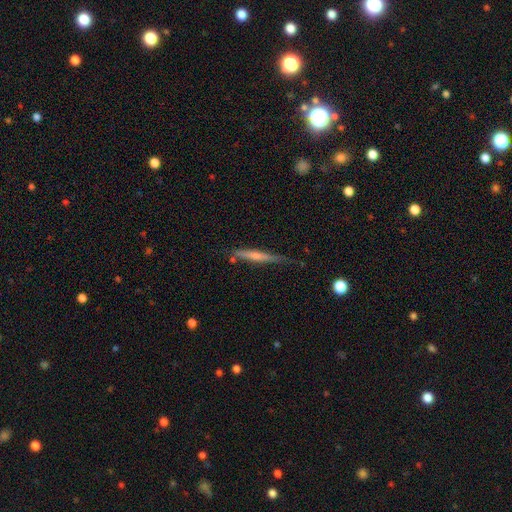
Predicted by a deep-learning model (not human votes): Smooth or featured? Predicted: featured or disk (p=0.51). Edge-on disk? Predicted: yes (p=0.95). Merging? Predicted: none (p=0.71).